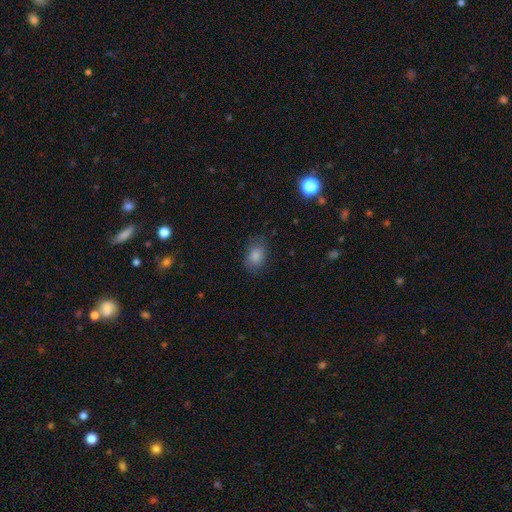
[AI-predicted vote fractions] This appears to be a smooth galaxy with no disk features (84%) that is in between round and cigar-shaped (77%). Merging: none (76%).